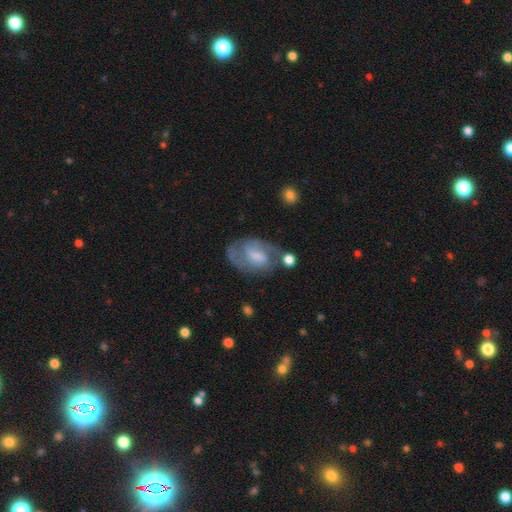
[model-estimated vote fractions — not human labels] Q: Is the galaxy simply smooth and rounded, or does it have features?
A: featured or disk — 63%.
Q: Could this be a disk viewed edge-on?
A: no — 96%.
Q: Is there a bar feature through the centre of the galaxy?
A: weak — 51%.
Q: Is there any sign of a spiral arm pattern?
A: yes — 81%.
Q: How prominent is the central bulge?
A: moderate — 32%.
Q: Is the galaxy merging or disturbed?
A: none — 53%.